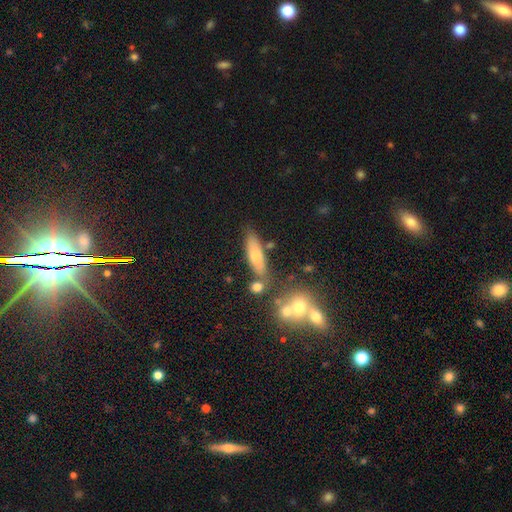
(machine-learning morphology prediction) Smooth or featured? smooth (61%)
How rounded? cigar-shaped (52%)
Merging? none (69%)